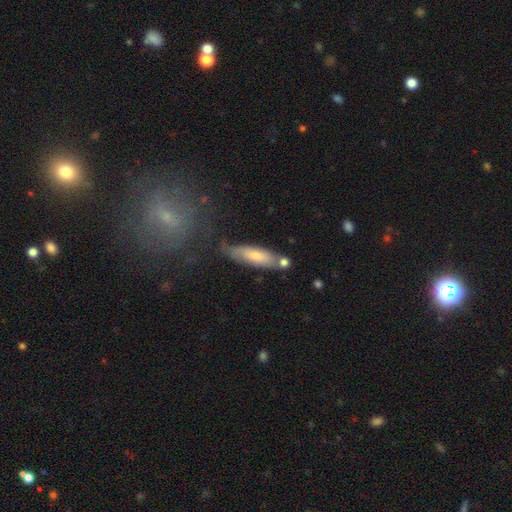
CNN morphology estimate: Smooth or featured? smooth (64%)
How rounded? cigar-shaped (63%)
Merging? none (61%)